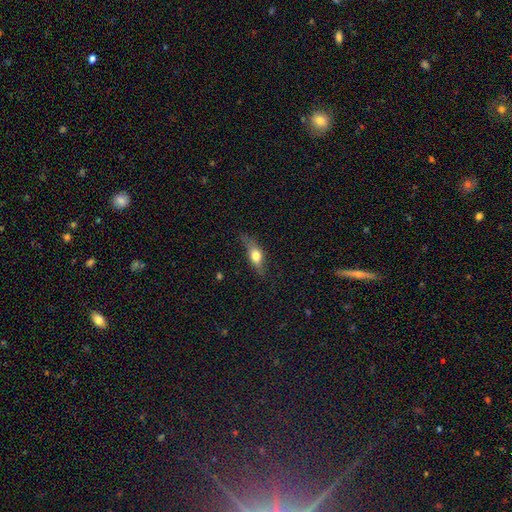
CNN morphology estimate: smooth 53%, featured or disk 39%, star or artifact 8%. Down the decision tree: how rounded — in between (54%); merging — none (65%).